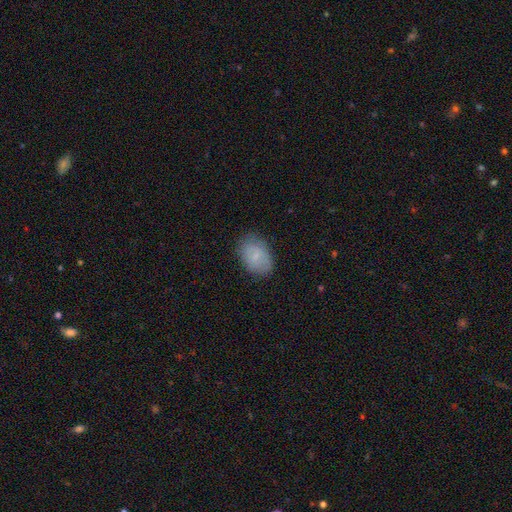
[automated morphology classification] smooth_or_featured: smooth (p=0.75) [alt: featured or disk p=0.18]
how_rounded: in between (p=0.84) [alt: round p=0.15]
merging: none (p=0.78) [alt: minor disturbance p=0.17]